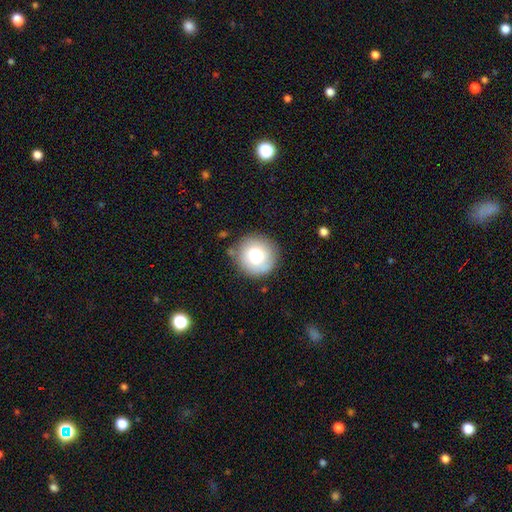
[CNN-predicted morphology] Smooth or featured? Predicted: smooth (p=0.74). How rounded? Predicted: round (p=0.94). Merging? Predicted: none (p=0.83).